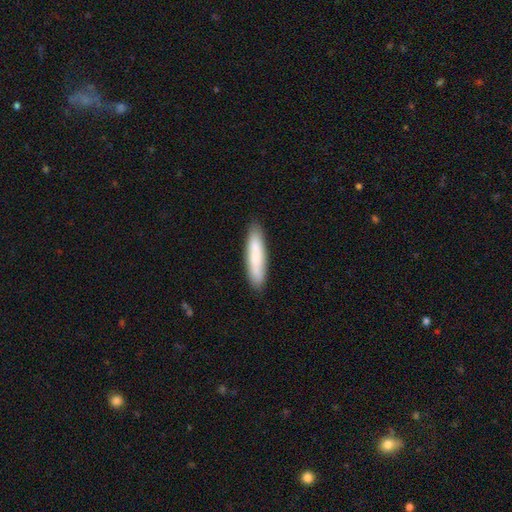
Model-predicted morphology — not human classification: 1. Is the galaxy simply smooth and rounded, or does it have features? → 77% smooth, 18% featured or disk, 6% star or artifact.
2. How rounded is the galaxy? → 81% cigar-shaped, 18% in between, 1% round.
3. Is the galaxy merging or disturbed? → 88% none, 9% minor disturbance, 2% major disturbance, 1% merger.